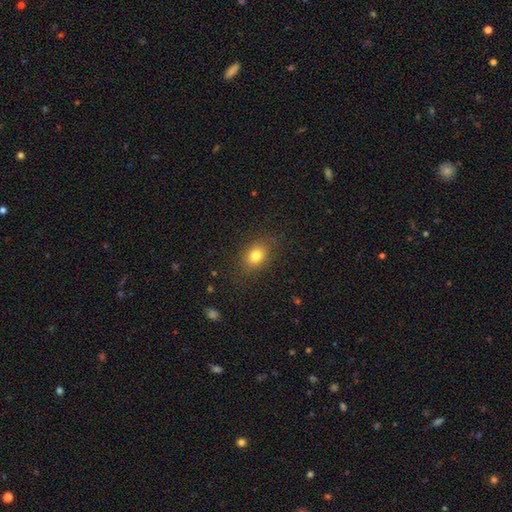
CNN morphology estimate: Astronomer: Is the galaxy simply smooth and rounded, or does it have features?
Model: smooth — 79%.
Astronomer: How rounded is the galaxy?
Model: in between — 63%.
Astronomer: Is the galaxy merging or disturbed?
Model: none — 83%.